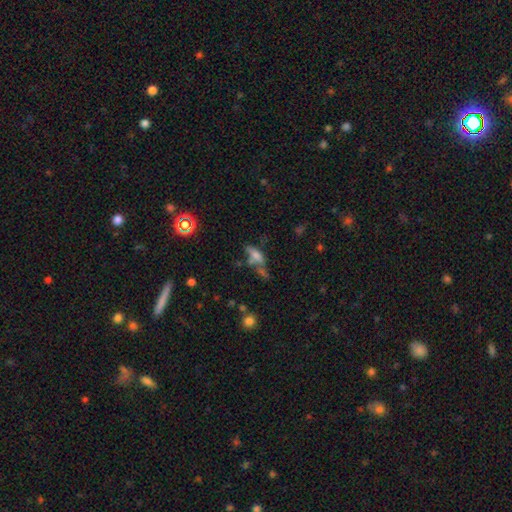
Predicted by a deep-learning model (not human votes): Smooth or featured: smooth — 53% (featured or disk — 31%)
How rounded: in between — 57% (cigar-shaped — 38%)
Merging: none — 33% (merger — 26%)